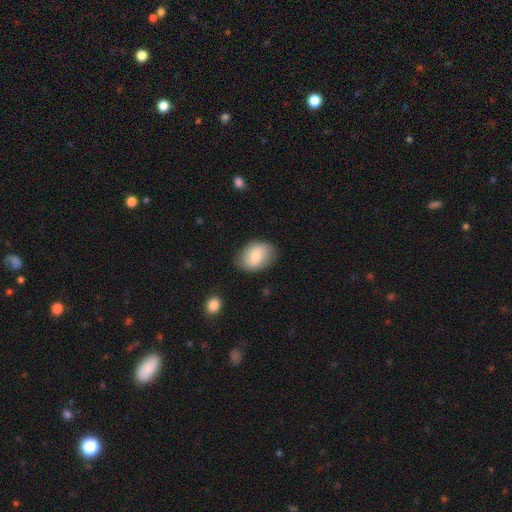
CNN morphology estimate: A smooth galaxy with no disk features (72%) that is in between round and cigar-shaped (78%).

Vote fractions:
- Smooth or featured? smooth: 72% / featured or disk: 22% / star or artifact: 7%
- How rounded? in between: 78% / round: 21% / cigar-shaped: 1%
- Merging? none: 80% / minor disturbance: 15% / major disturbance: 4% / merger: 1%